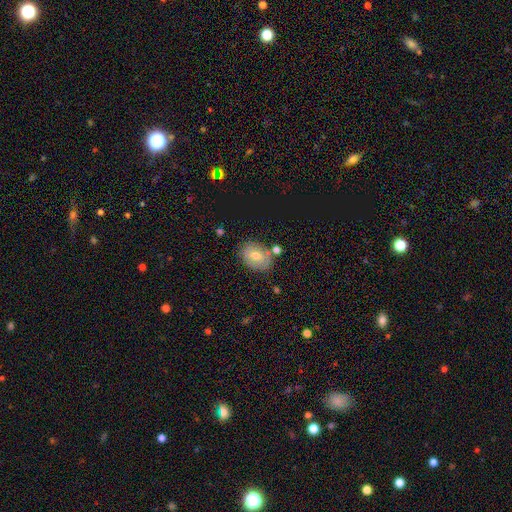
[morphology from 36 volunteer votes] A smooth galaxy with no disk features (64%) that is in between round and cigar-shaped (74%).

Vote fractions:
- Smooth or featured? smooth: 64% / featured or disk: 31% / star or artifact: 6%
- How rounded? in between: 74% / round: 22% / cigar-shaped: 4%
- Merging? none: 82% / major disturbance: 9% / minor disturbance: 6% / merger: 3%